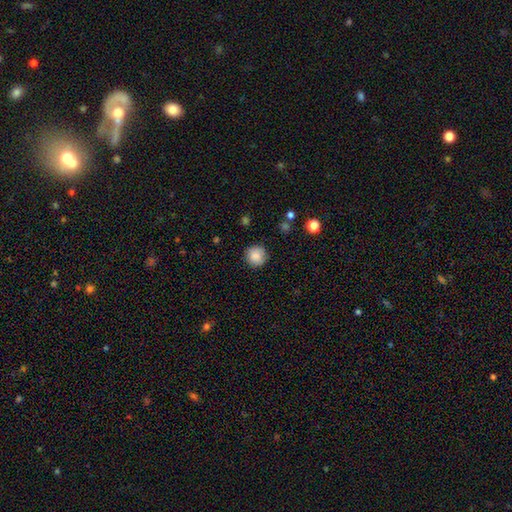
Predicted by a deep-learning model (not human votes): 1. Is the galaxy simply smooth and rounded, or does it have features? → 87% smooth, 9% star or artifact, 5% featured or disk.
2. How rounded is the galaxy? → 94% round, 5% in between, 1% cigar-shaped.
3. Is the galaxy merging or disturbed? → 88% none, 9% minor disturbance, 2% major disturbance, 1% merger.